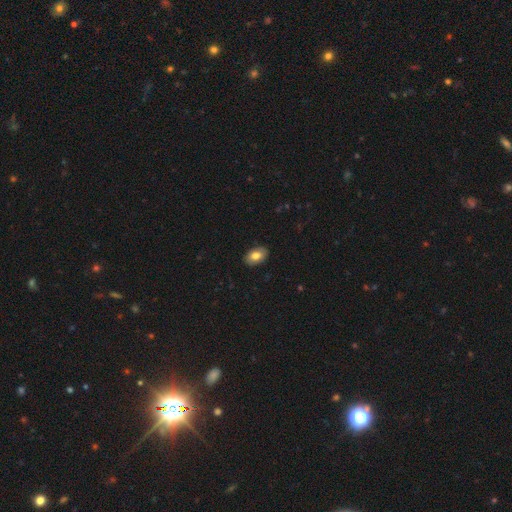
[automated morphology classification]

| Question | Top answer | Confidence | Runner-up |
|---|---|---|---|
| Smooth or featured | smooth | 81% | featured or disk (12%) |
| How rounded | in between | 90% | round (9%) |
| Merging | none | 88% | minor disturbance (9%) |